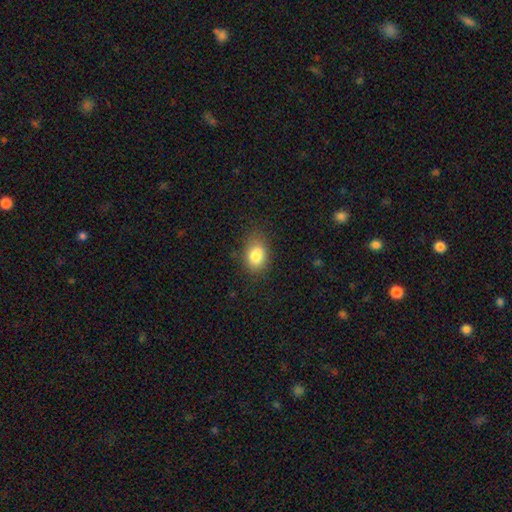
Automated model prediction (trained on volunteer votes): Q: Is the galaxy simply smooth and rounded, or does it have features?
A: smooth — 82%.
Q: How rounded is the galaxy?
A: in between — 71%.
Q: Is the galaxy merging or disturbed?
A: none — 68%.